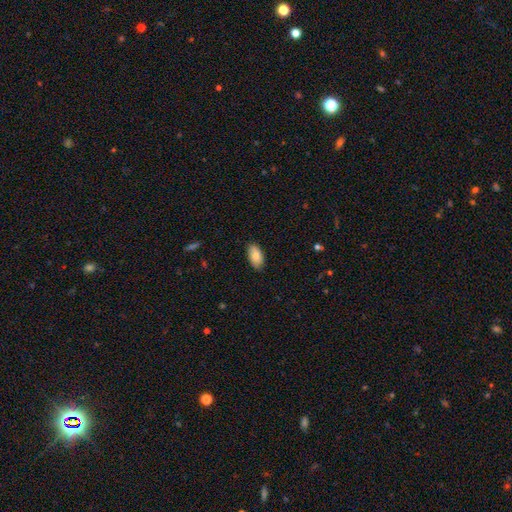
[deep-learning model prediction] Q: Smooth or featured?
A: smooth (86%); runner-up: featured or disk (8%)
Q: How rounded?
A: in between (94%); runner-up: cigar-shaped (4%)
Q: Merging?
A: none (87%); runner-up: minor disturbance (10%)